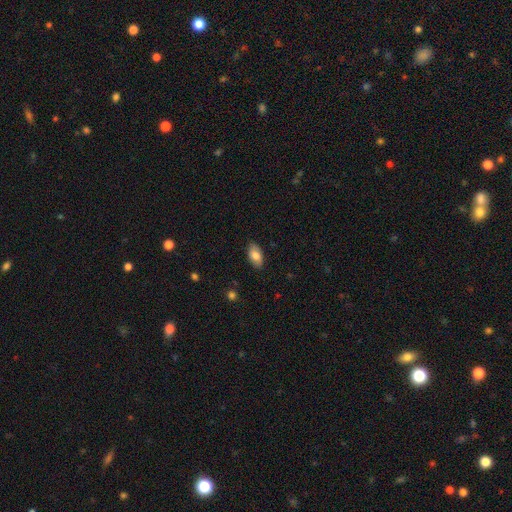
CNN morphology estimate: A smooth galaxy with no disk features (81%) that is in between round and cigar-shaped (93%). Merging: none (87%).